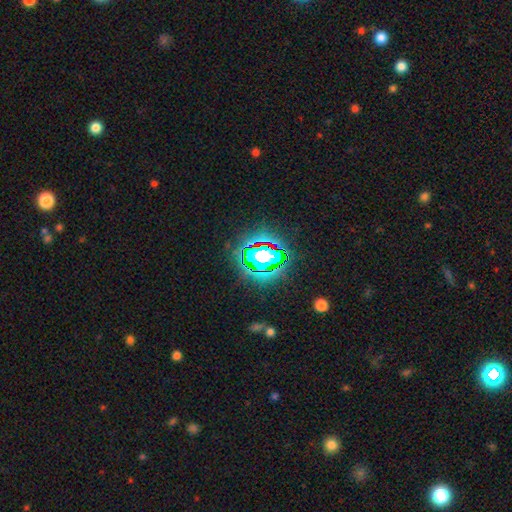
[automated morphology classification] star or artifact 80%, smooth 12%, featured or disk 8%.